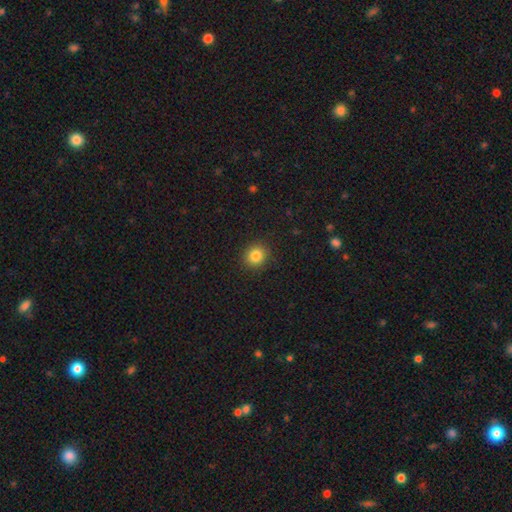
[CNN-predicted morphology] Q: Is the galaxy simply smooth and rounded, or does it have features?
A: smooth — 84%.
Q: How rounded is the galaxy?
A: round — 83%.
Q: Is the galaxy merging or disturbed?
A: none — 90%.